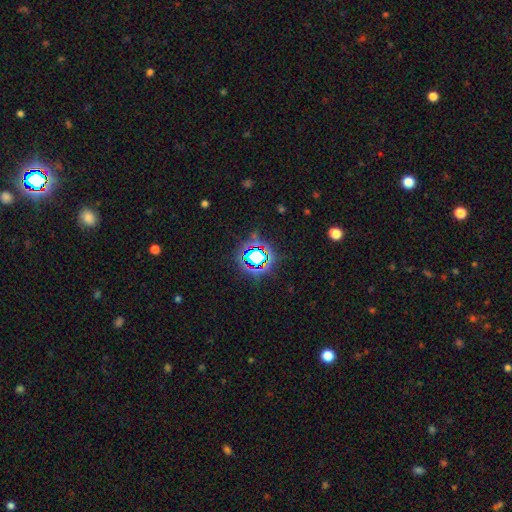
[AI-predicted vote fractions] smooth-or-featured: star or artifact: 68% | smooth: 20% | featured or disk: 12%